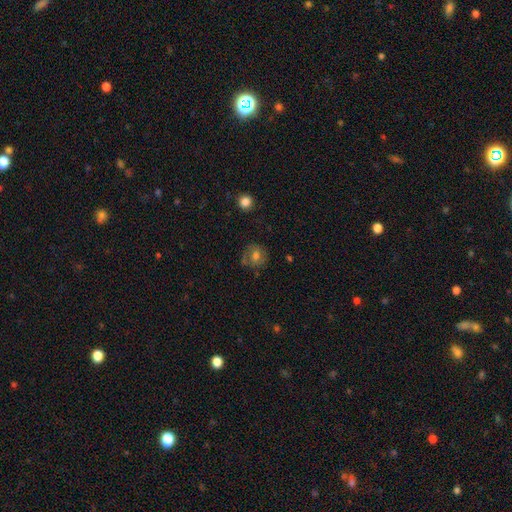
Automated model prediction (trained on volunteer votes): smooth 60%, featured or disk 28%, star or artifact 12%. Down the decision tree: how rounded — round (79%); merging — none (69%).